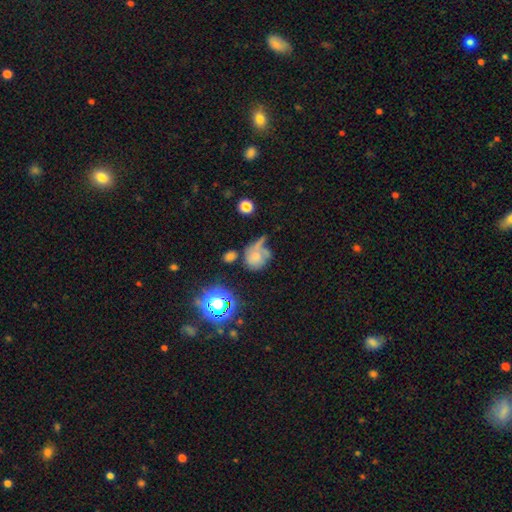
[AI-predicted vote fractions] A smooth galaxy with no disk features (48%).

Vote fractions:
- Smooth or featured? smooth: 48% / featured or disk: 34% / star or artifact: 18%
- Merging? none: 32% / major disturbance: 27% / minor disturbance: 22% / merger: 18%